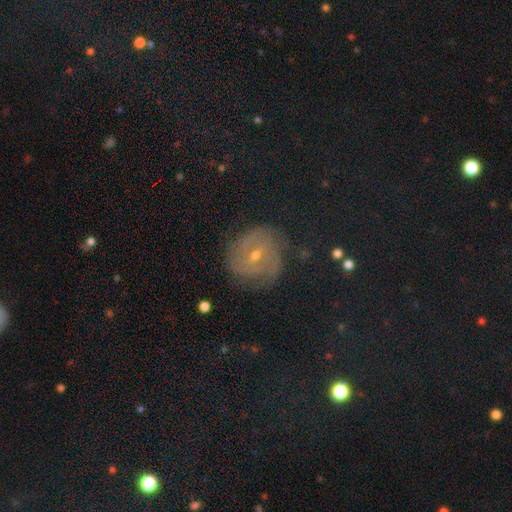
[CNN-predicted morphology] smooth_or_featured: featured or disk (p=0.64) [alt: star or artifact p=0.20]
disk_edge_on: no (p=0.97) [alt: yes p=0.03]
bar: weak (p=0.44) [alt: no p=0.43]
has_spiral_arms: yes (p=0.89) [alt: no p=0.11]
spiral_winding: tight (p=0.62) [alt: medium p=0.29]
spiral_arm_count: can't tell (p=0.34) [alt: 2 p=0.26]
bulge_size: small (p=0.59) [alt: moderate p=0.38]
merging: none (p=0.77) [alt: minor disturbance p=0.16]